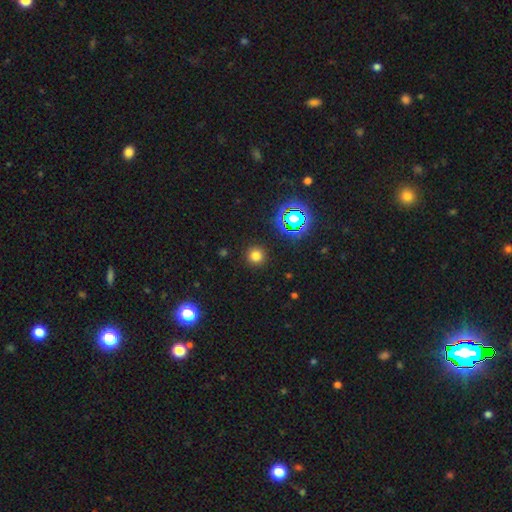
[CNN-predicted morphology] smooth 73%, star or artifact 21%, featured or disk 6%. Down the decision tree: how rounded — round (95%); merging — none (91%).